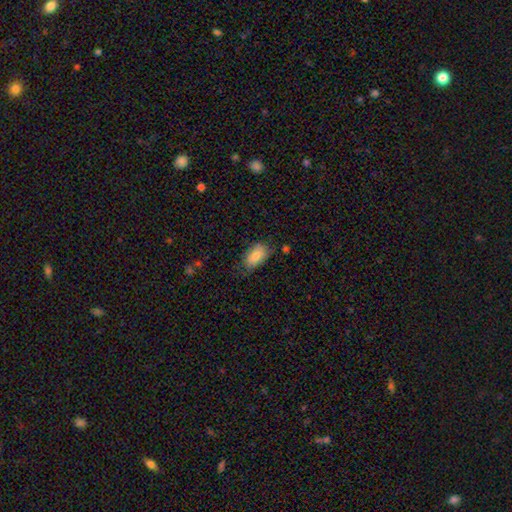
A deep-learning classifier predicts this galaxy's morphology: Q: Smooth or featured?
A: smooth (80%); runner-up: featured or disk (13%)
Q: How rounded?
A: in between (92%); runner-up: round (5%)
Q: Merging?
A: none (64%); runner-up: minor disturbance (28%)